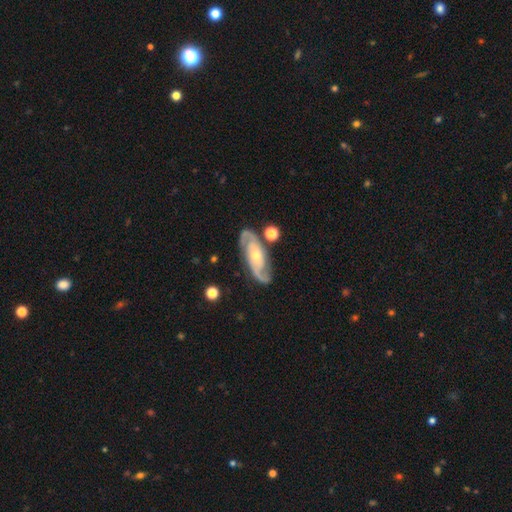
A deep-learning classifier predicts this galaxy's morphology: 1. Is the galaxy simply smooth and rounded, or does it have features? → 87% featured or disk, 8% smooth, 5% star or artifact.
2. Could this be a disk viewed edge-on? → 93% no, 7% yes.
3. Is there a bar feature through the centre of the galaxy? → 59% no, 28% weak, 13% strong.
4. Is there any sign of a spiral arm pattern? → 97% yes, 3% no.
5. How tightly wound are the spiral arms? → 47% medium, 39% tight, 14% loose.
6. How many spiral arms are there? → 89% 2, 5% can't tell, 2% 3, 2% 1, 1% 4, 1% more than 4.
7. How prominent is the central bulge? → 54% small, 41% moderate, 2% large, 1% none, 1% dominant.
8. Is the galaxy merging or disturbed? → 80% none, 12% minor disturbance, 4% merger, 4% major disturbance.